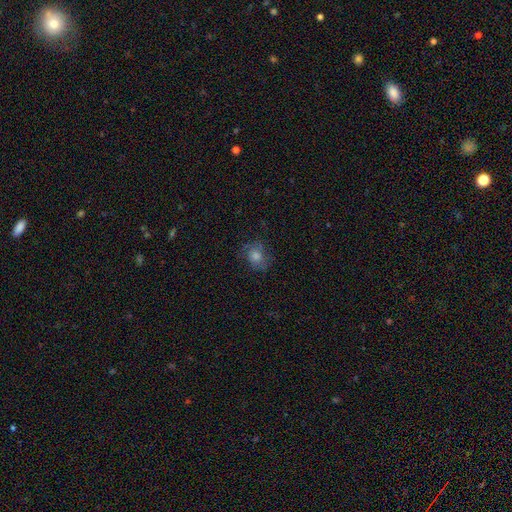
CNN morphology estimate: Q: Smooth or featured?
A: smooth (49%); runner-up: featured or disk (33%)
Q: Merging?
A: none (72%); runner-up: minor disturbance (18%)